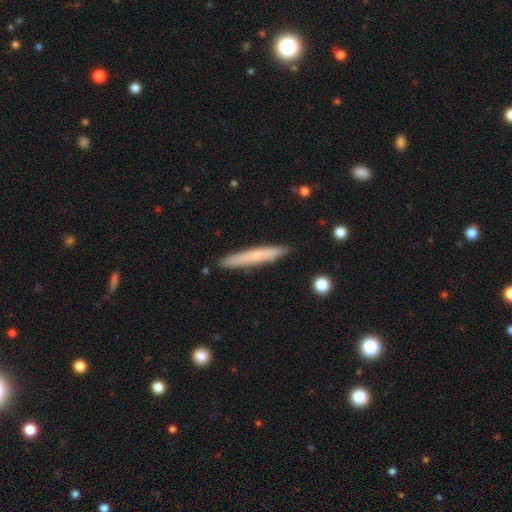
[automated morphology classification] Smooth or featured: smooth — 57% (featured or disk — 37%)
How rounded: cigar-shaped — 94% (in between — 4%)
Merging: none — 88% (minor disturbance — 9%)